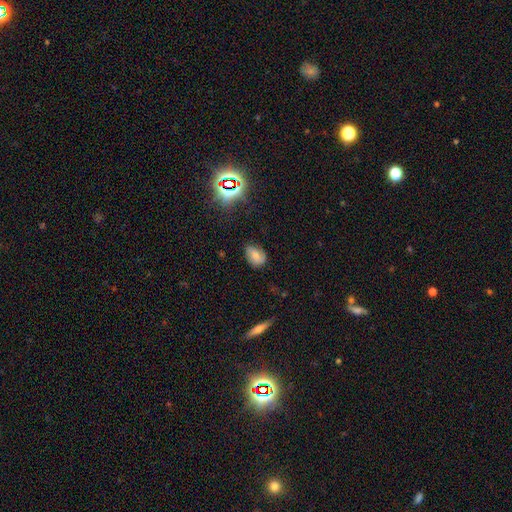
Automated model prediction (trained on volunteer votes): smooth 70%, featured or disk 17%, star or artifact 13%. Down the decision tree: how rounded — in between (81%); merging — none (69%).